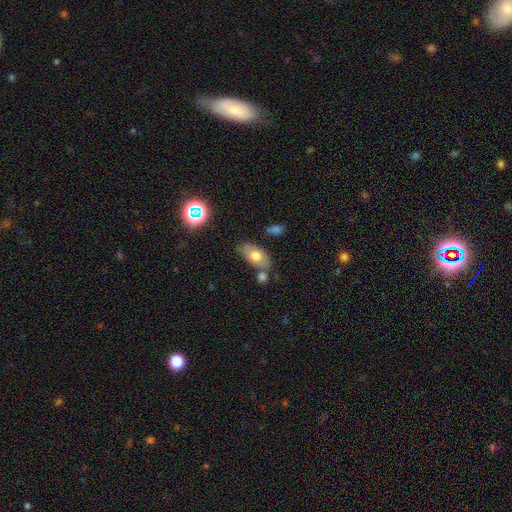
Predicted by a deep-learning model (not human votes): Q: Smooth or featured?
A: smooth (68%); runner-up: featured or disk (24%)
Q: How rounded?
A: in between (90%); runner-up: round (6%)
Q: Merging?
A: none (66%); runner-up: minor disturbance (16%)